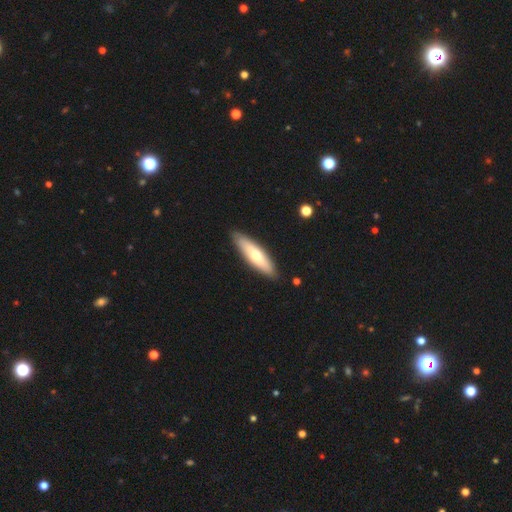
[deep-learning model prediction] The model was most divided on "smooth or featured": smooth: 59%, featured or disk: 36%, star or artifact: 5%. More confident: merging — none (88%); how rounded — cigar-shaped (66%).